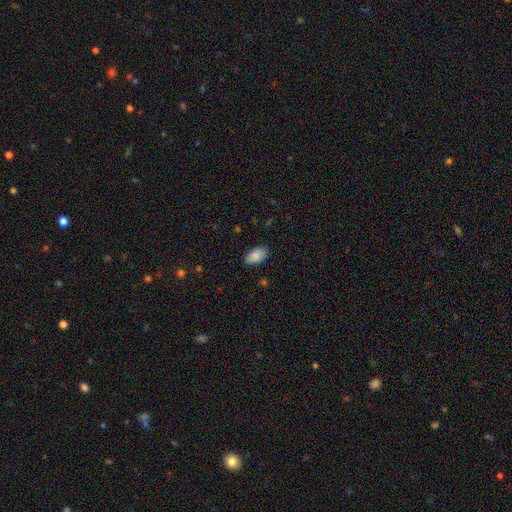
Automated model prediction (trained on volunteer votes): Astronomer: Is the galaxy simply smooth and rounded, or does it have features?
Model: smooth — 88%.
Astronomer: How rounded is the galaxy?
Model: in between — 94%.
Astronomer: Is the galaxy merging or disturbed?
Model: none — 85%.